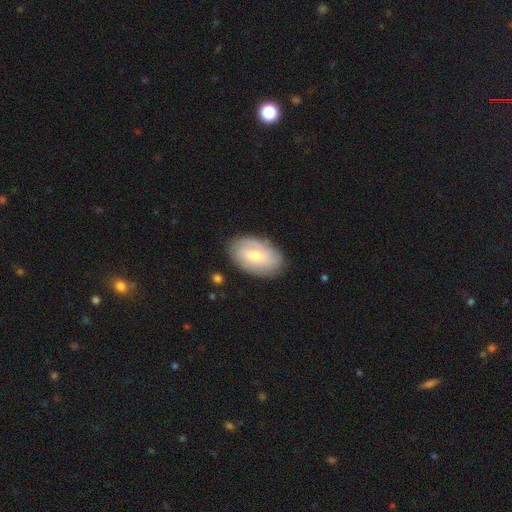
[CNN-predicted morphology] Q: Smooth or featured?
A: featured or disk (57%); runner-up: smooth (37%)
Q: Edge-on disk?
A: no (95%); runner-up: yes (5%)
Q: Bar?
A: no (46%); runner-up: weak (44%)
Q: Spiral arms?
A: yes (80%); runner-up: no (20%)
Q: Bulge size?
A: moderate (50%); runner-up: small (44%)
Q: Merging?
A: none (80%); runner-up: minor disturbance (15%)